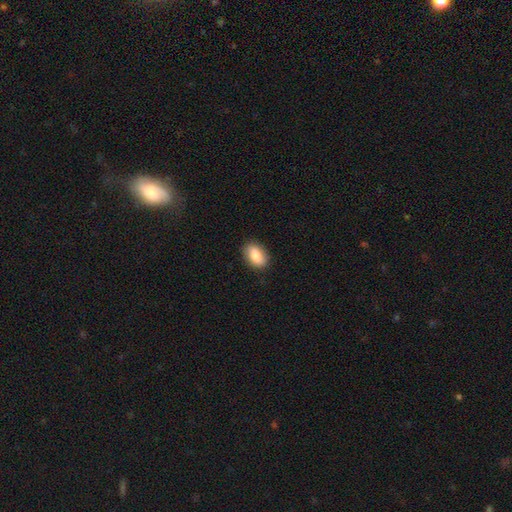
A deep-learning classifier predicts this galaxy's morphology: A smooth galaxy with no disk features (85%) that is in between round and cigar-shaped (88%). Merging: none (86%).